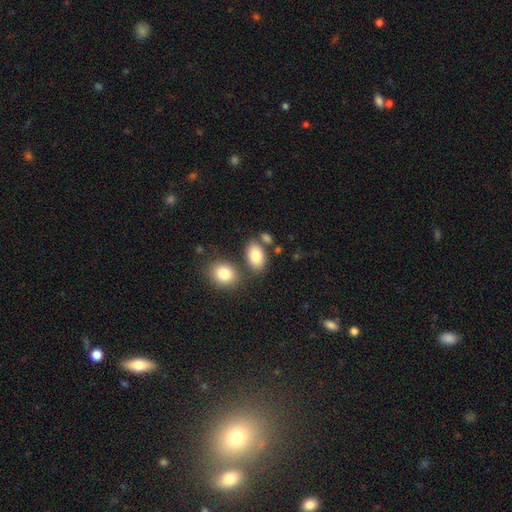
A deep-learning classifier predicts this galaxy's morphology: Overall: smooth (84%). How rounded: in between (89%). Merging: none (69%).